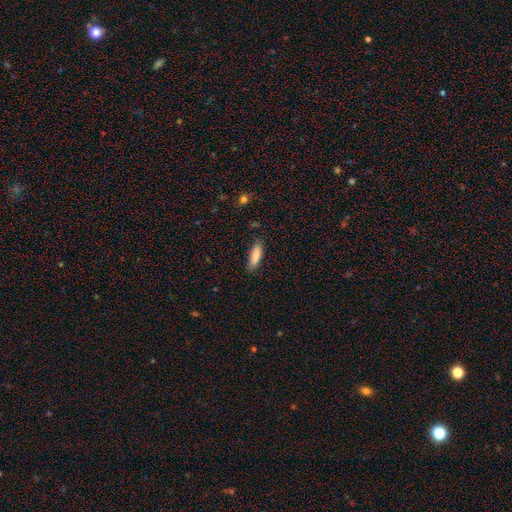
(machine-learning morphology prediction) Smooth or featured?
  - smooth: 86% *
  - featured or disk: 8%
  - star or artifact: 6%
How rounded?
  - cigar-shaped: 56% *
  - in between: 43%
  - round: 2%
Merging?
  - none: 80% *
  - minor disturbance: 16%
  - major disturbance: 3%
  - merger: 1%